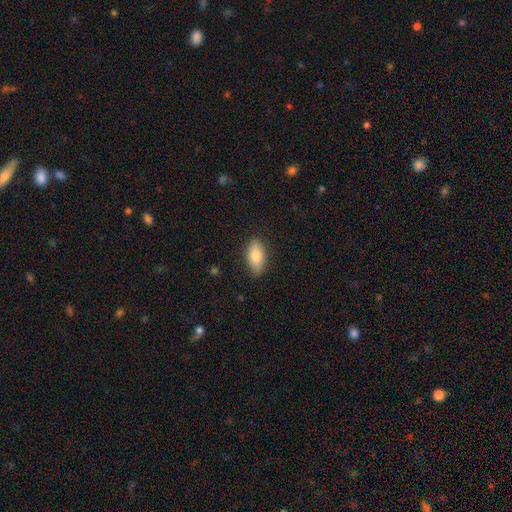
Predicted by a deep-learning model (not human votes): smooth-or-featured: smooth: 81% | featured or disk: 12% | star or artifact: 6%
  how-rounded: in between: 84% | cigar-shaped: 13% | round: 3%
  merging: none: 85% | minor disturbance: 11% | major disturbance: 2% | merger: 1%